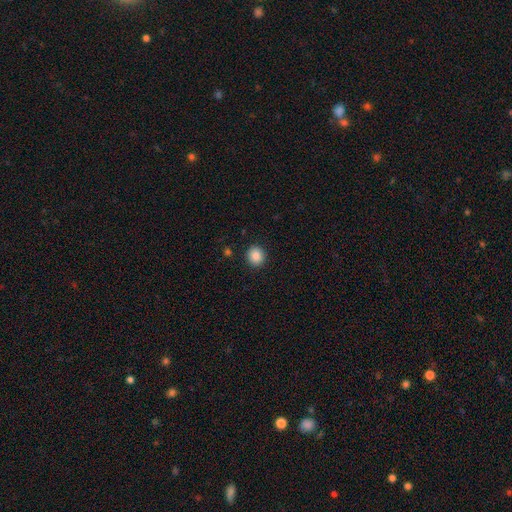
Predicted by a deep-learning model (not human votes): smooth-or-featured: smooth: 88% | star or artifact: 9% | featured or disk: 3%
  how-rounded: round: 87% | in between: 12% | cigar-shaped: 1%
  merging: none: 91% | minor disturbance: 6% | major disturbance: 2% | merger: 1%